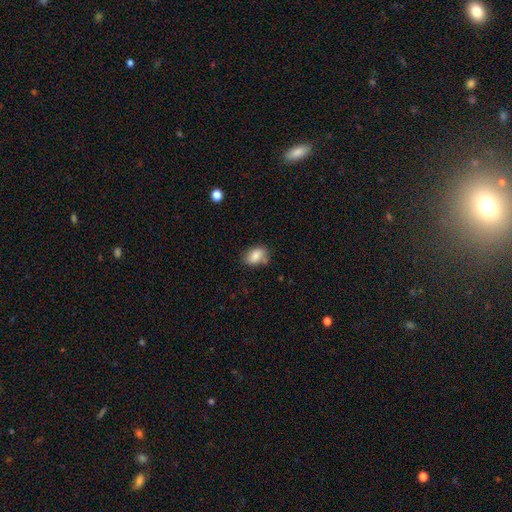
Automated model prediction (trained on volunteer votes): Overall: smooth (81%). How rounded: in between (81%). Merging: none (66%).